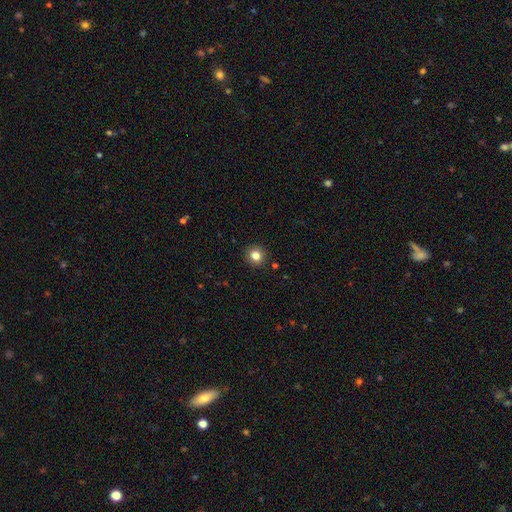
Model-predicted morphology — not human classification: Smooth or featured?
  - smooth: 82% *
  - star or artifact: 12%
  - featured or disk: 6%
How rounded?
  - round: 91% *
  - in between: 8%
  - cigar-shaped: 1%
Merging?
  - none: 92% *
  - minor disturbance: 5%
  - major disturbance: 2%
  - merger: 1%